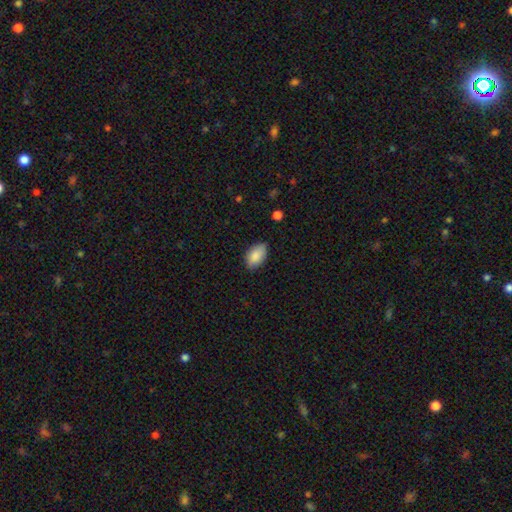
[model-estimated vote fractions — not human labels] This appears to be a smooth galaxy with no disk features (86%) that is in between round and cigar-shaped (93%). Merging: none (82%).